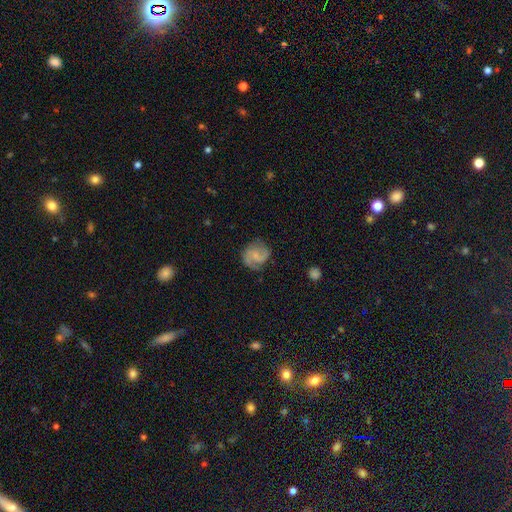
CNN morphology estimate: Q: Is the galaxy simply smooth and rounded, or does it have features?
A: featured or disk — 66%.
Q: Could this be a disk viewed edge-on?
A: no — 98%.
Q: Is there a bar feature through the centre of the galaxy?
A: no — 46%.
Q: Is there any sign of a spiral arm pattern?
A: yes — 93%.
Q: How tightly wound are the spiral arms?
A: medium — 49%.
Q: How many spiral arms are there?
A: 2 — 82%.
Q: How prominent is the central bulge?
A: small — 51%.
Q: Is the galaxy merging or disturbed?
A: none — 70%.